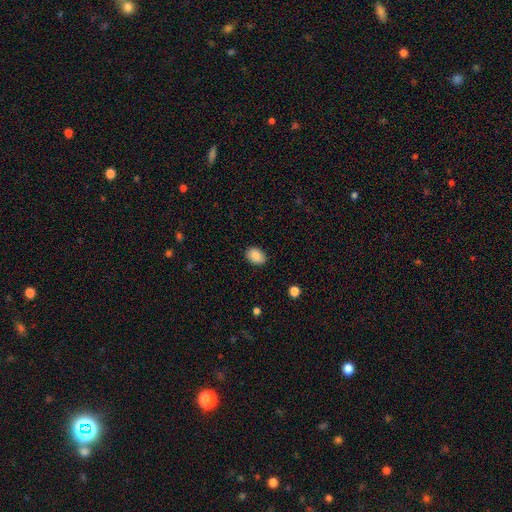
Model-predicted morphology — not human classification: type=smooth (87%); roundness=in between (77%); merging=none (87%).